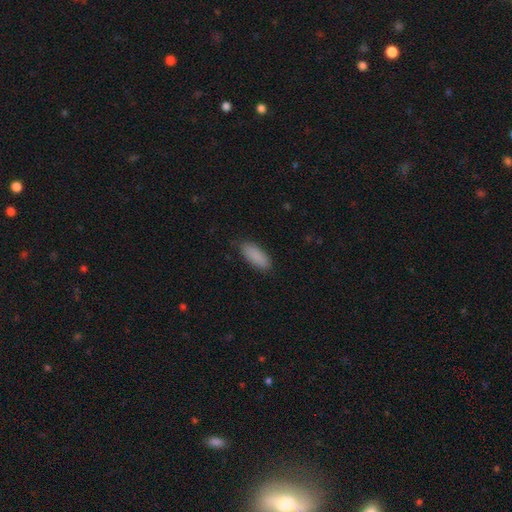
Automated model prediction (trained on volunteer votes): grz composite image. It shows a smooth galaxy with no disk features (89%) that is in between round and cigar-shaped (79%). Merging: none (85%).